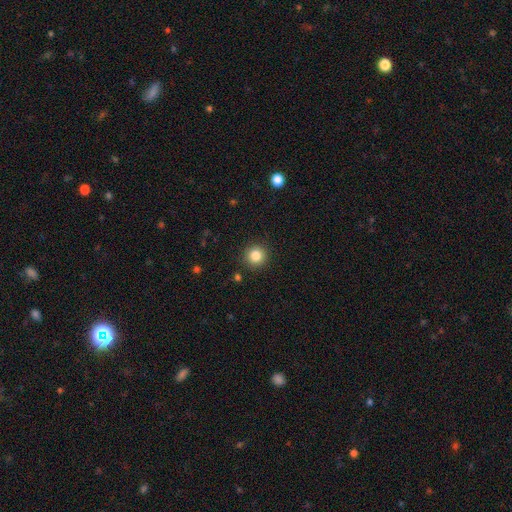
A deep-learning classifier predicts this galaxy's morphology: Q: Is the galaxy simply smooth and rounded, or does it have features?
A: smooth — 84%.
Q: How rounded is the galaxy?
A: round — 95%.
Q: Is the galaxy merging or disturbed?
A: none — 91%.